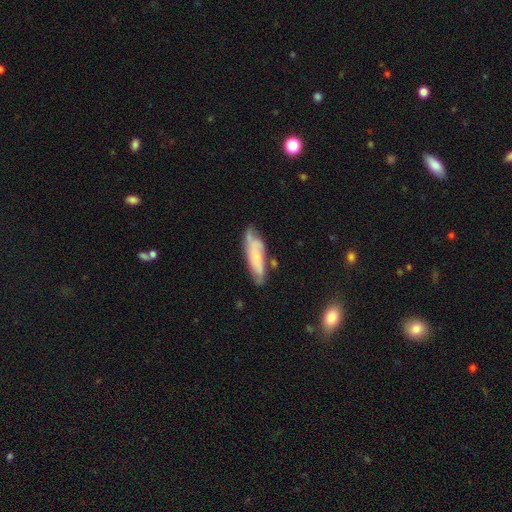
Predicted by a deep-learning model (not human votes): This is possibly a smooth galaxy (48%). Merging: possibly none (58%).